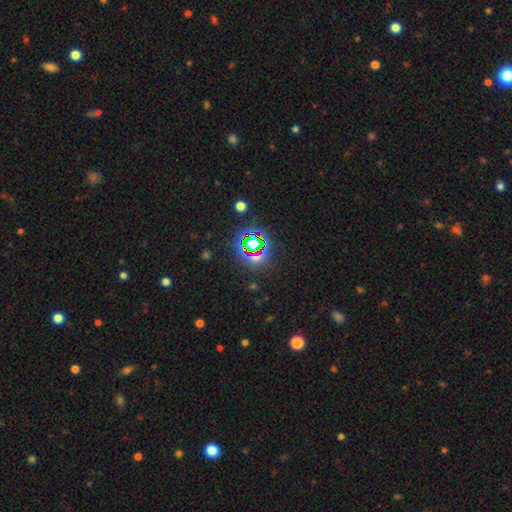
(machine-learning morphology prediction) This appears to be a star or artifact, not a galaxy (69%).